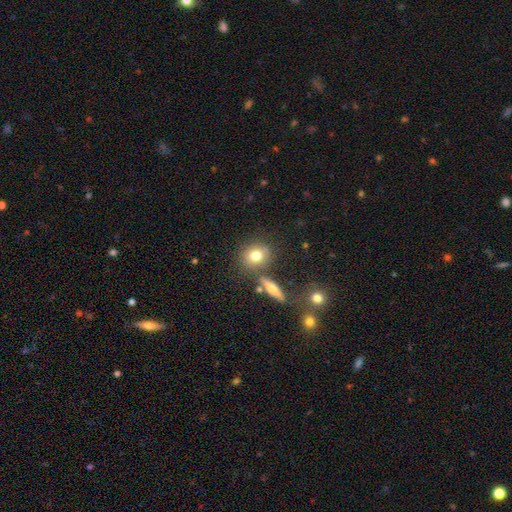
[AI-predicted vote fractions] smooth 75%, featured or disk 14%, star or artifact 11%. Down the decision tree: how rounded — round (73%); merging — none (71%).